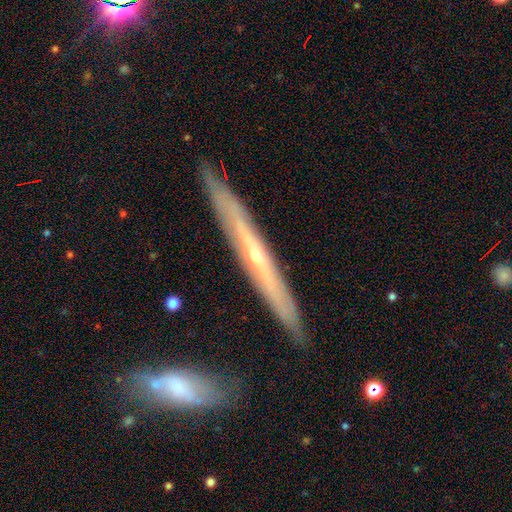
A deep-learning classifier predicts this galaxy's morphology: featured or disk 74%, smooth 19%, star or artifact 6%. Down the decision tree: edge-on disk — yes (90%); edge-on bulge — rounded (62%); merging — none (87%).